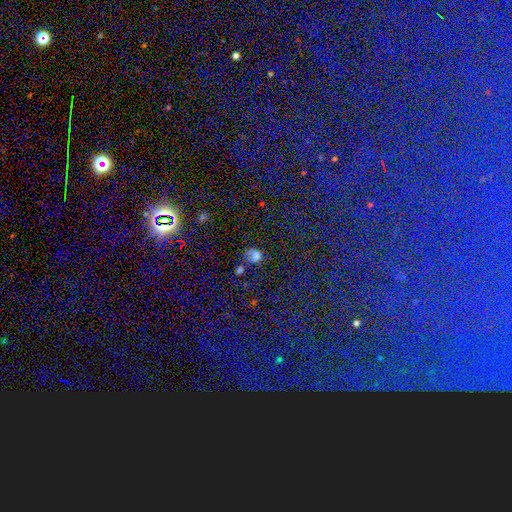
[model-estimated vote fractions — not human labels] Morphology: type=smooth (62%); roundness=round (66%); merging=none (49%).